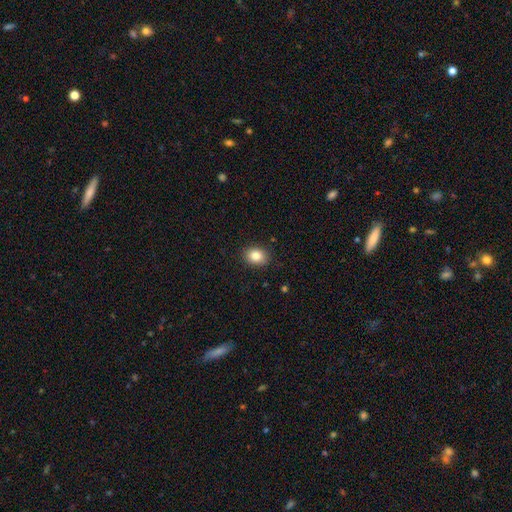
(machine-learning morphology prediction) type=smooth (84%); roundness=in between (57%); merging=none (88%).